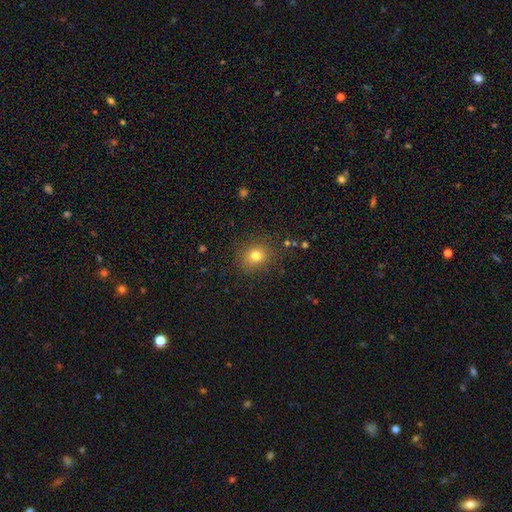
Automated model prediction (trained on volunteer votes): Smooth or featured?
  - smooth: 77% *
  - star or artifact: 15%
  - featured or disk: 9%
How rounded?
  - round: 72% *
  - in between: 27%
  - cigar-shaped: 1%
Merging?
  - none: 85% *
  - minor disturbance: 10%
  - major disturbance: 4%
  - merger: 2%